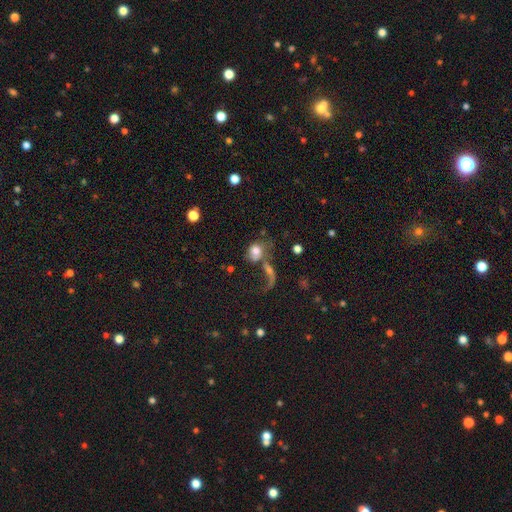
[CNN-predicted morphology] type=smooth (50%); roundness=round (69%); merging=merger (38%).